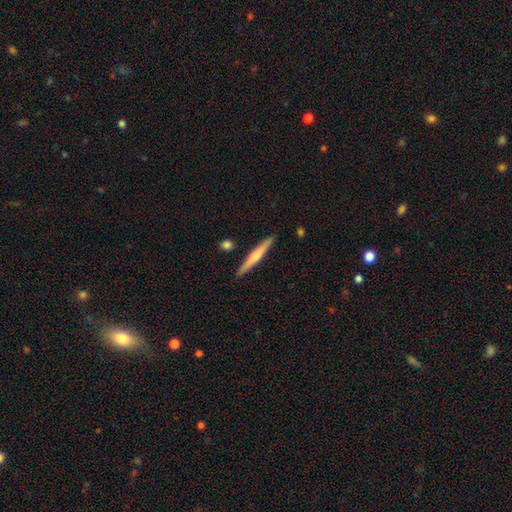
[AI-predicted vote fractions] Morphology: type=smooth (51%); roundness=cigar-shaped (95%); merging=none (89%).